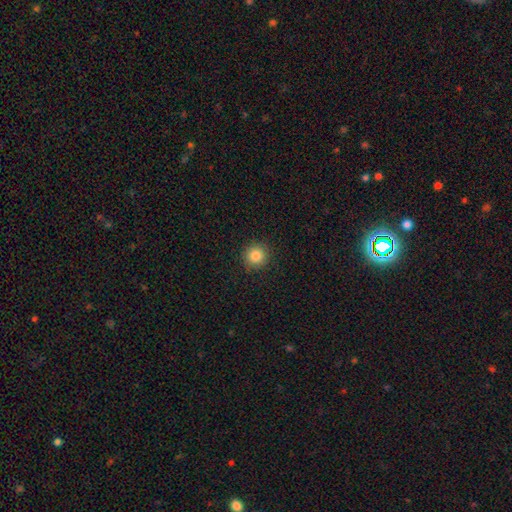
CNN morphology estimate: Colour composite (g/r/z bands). It shows a smooth galaxy with no disk features (84%) that is round (93%). Merging: none (90%).